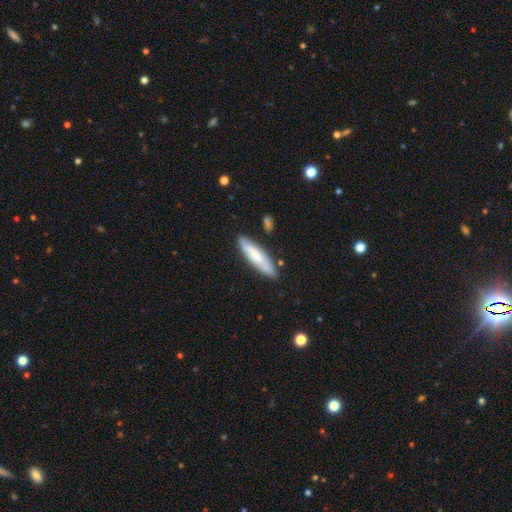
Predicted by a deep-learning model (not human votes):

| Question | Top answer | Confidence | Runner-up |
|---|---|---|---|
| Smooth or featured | smooth | 62% | featured or disk (32%) |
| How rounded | cigar-shaped | 70% | in between (28%) |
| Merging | none | 79% | minor disturbance (15%) |